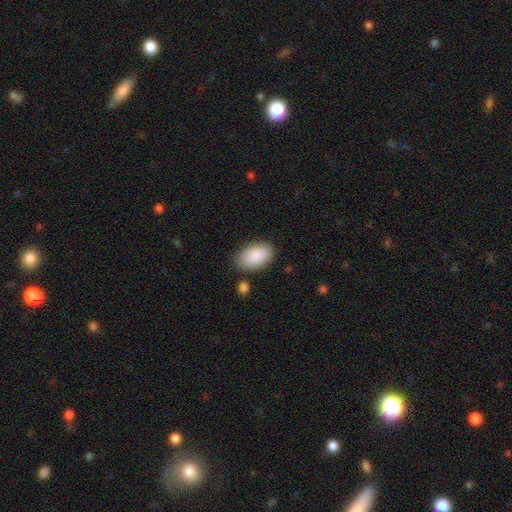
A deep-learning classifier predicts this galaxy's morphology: A smooth galaxy with no disk features (90%) that is in between round and cigar-shaped (94%). Merging: none (82%).